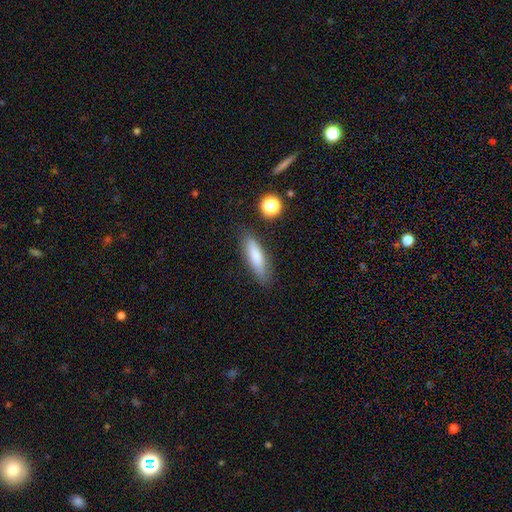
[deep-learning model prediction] A smooth galaxy with no disk features (80%) that is cigar-shaped (56%).

Vote fractions:
- Smooth or featured? smooth: 80% / featured or disk: 13% / star or artifact: 7%
- How rounded? cigar-shaped: 56% / in between: 42% / round: 2%
- Merging? none: 82% / minor disturbance: 13% / major disturbance: 3% / merger: 3%